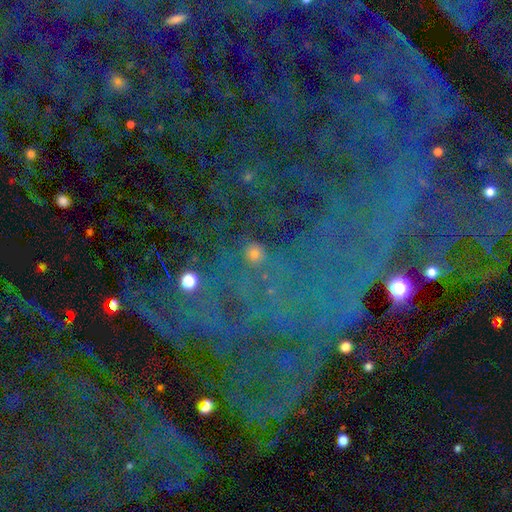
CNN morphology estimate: Smooth or featured: star or artifact — 75% (smooth — 13%)